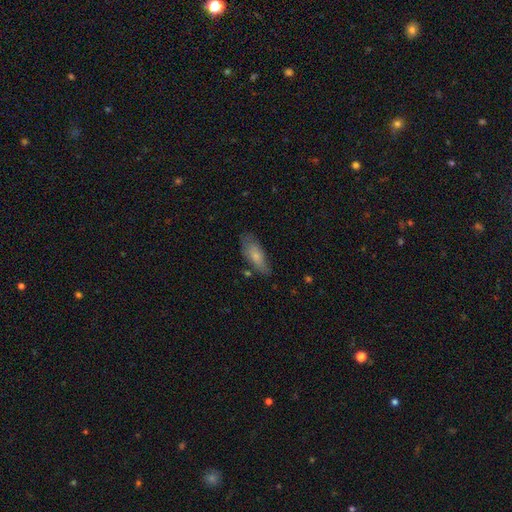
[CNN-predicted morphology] A smooth galaxy with no disk features (71%) that is in between round and cigar-shaped (71%). Merging: none (65%).